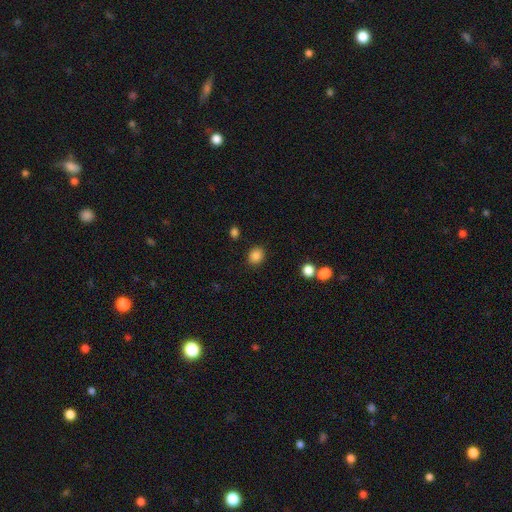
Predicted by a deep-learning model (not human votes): This appears to be a smooth galaxy with no disk features (86%) that is round (59%). Merging: none (87%).